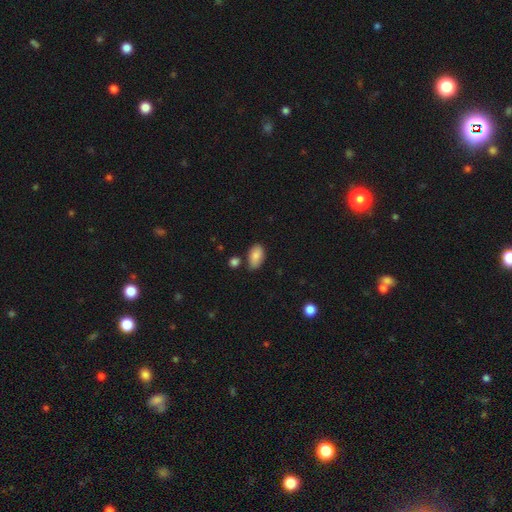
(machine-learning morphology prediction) This is clearly a smooth galaxy (85%). How rounded: clearly in between (93%). Merging: likely none (70%).